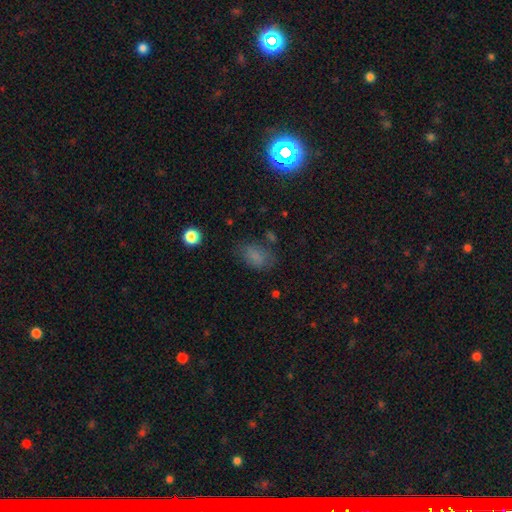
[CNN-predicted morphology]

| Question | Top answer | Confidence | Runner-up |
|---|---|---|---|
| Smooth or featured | smooth | 75% | star or artifact (15%) |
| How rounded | in between | 84% | round (15%) |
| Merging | none | 62% | minor disturbance (23%) |